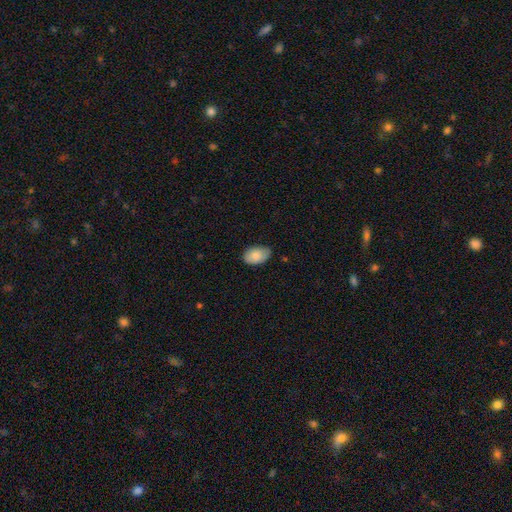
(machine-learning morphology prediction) The model was most divided on "merging": none: 73%, minor disturbance: 23%, major disturbance: 3%, merger: 1%. More confident: how rounded — in between (91%); smooth or featured — smooth (86%).